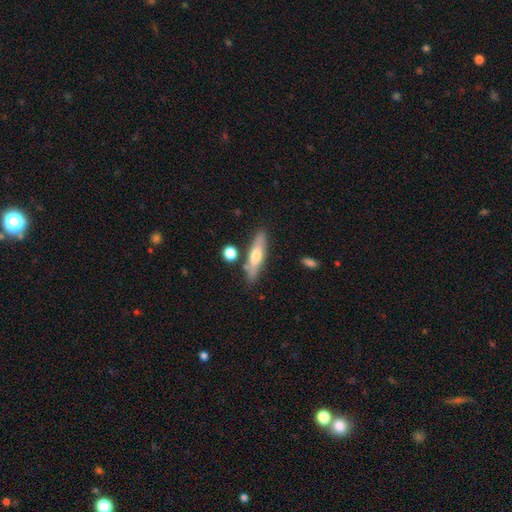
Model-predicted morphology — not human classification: This is possibly a smooth galaxy (52%). How rounded: likely cigar-shaped (74%). Merging: likely none (78%).